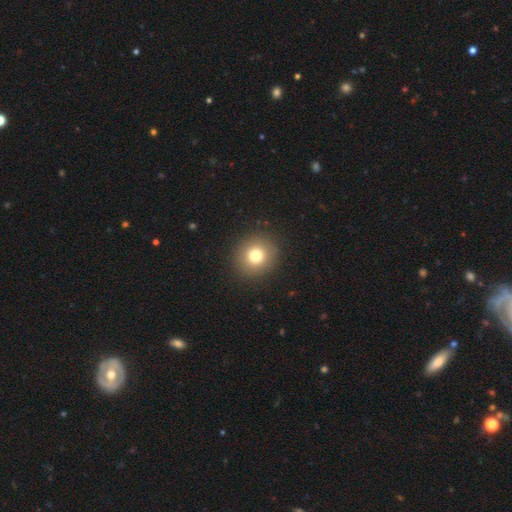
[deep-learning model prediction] Smooth or featured? Predicted: smooth (p=0.77). How rounded? Predicted: round (p=0.91). Merging? Predicted: none (p=0.91).